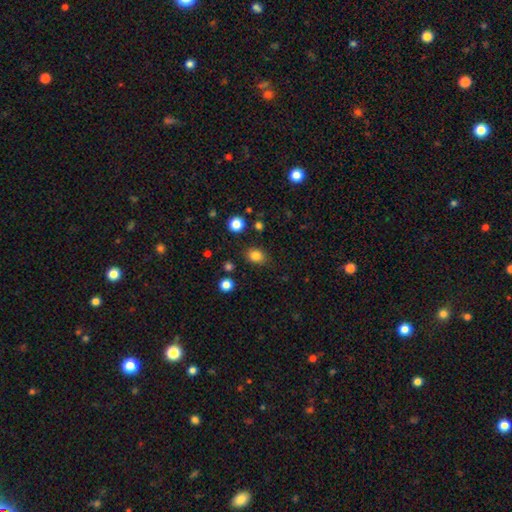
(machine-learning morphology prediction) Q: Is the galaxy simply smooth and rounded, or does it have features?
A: smooth — 83%.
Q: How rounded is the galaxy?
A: round — 54%.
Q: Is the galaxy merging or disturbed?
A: none — 82%.